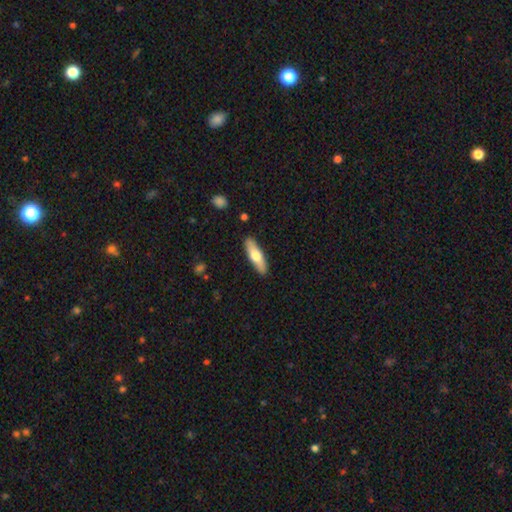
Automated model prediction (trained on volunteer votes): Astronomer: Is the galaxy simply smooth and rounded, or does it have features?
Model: smooth — 61%.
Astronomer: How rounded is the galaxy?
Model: cigar-shaped — 57% (runner-up: in between, 41%).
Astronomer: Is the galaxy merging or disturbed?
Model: none — 88%.